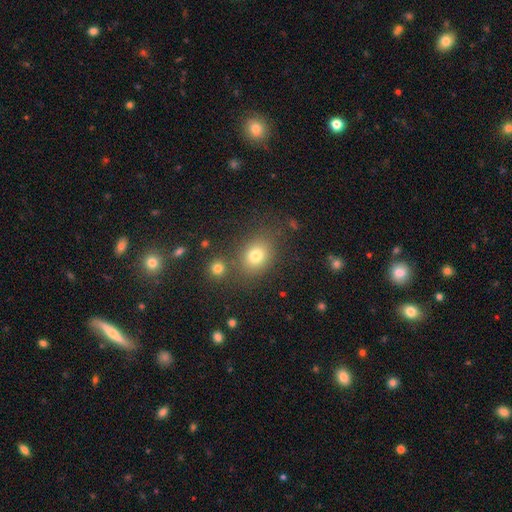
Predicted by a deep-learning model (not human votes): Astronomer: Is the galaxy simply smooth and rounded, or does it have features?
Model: smooth — 77%.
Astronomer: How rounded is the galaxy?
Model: in between — 50% (runner-up: round, 48%).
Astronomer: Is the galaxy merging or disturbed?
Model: none — 73%.